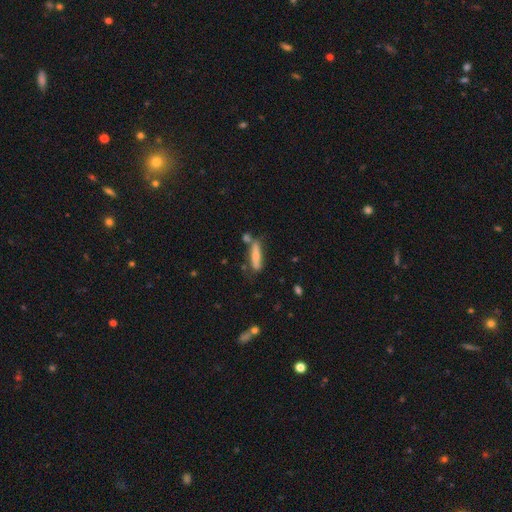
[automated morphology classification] Smooth or featured: smooth — 70% (featured or disk — 23%)
How rounded: cigar-shaped — 79% (in between — 19%)
Merging: none — 61% (minor disturbance — 18%)